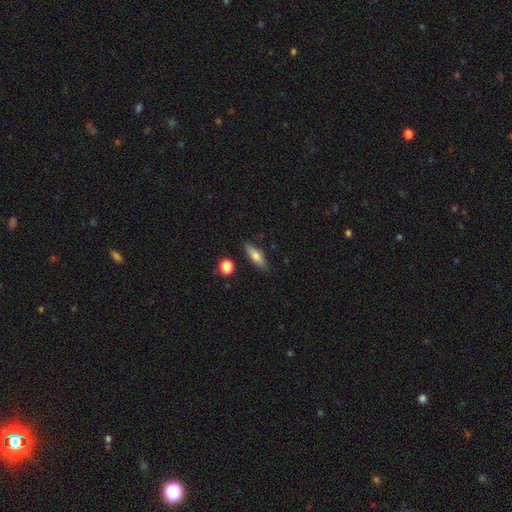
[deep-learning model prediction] Overall: smooth (71%). How rounded: in between (52%; cigar-shaped 45%). Merging: none (83%).